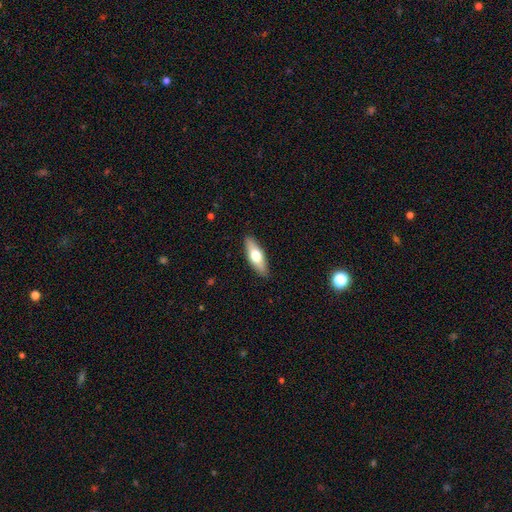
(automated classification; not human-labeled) Smooth or featured? Predicted: smooth (p=0.59). How rounded? Predicted: in between (p=0.58). Merging? Predicted: none (p=0.89).